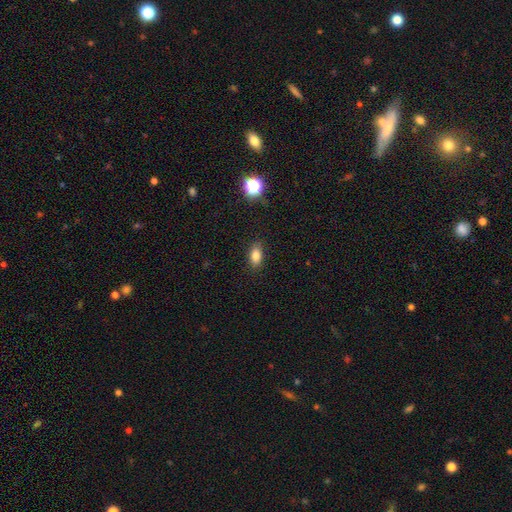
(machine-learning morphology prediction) smooth-or-featured: smooth: 81% | star or artifact: 10% | featured or disk: 9%
  how-rounded: in between: 85% | round: 8% | cigar-shaped: 6%
  merging: none: 87% | minor disturbance: 9% | major disturbance: 2% | merger: 1%